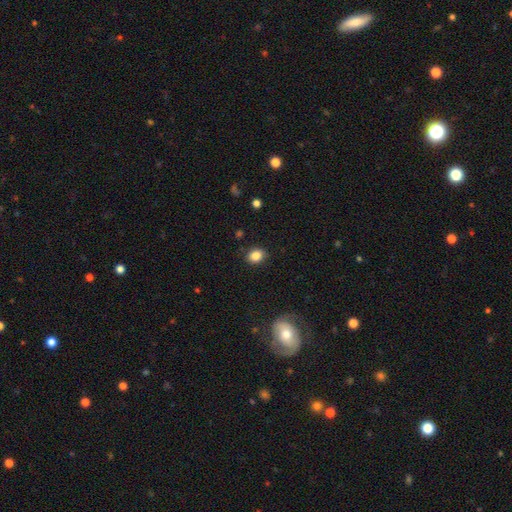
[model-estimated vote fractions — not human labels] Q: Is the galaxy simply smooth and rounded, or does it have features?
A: smooth — 85%.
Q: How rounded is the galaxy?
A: round — 59%.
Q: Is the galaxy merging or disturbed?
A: none — 88%.